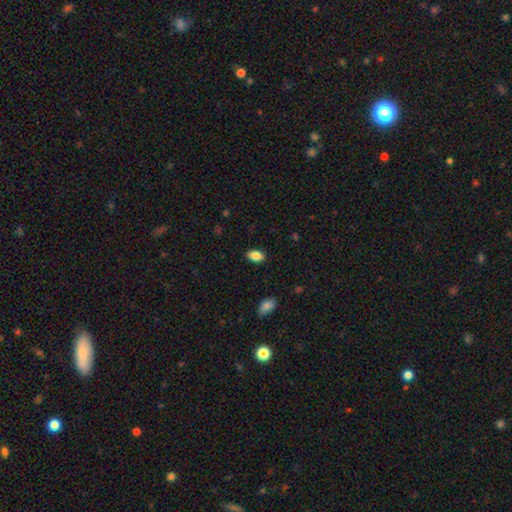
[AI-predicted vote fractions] Overall: smooth (86%). How rounded: in between (92%). Merging: none (88%).